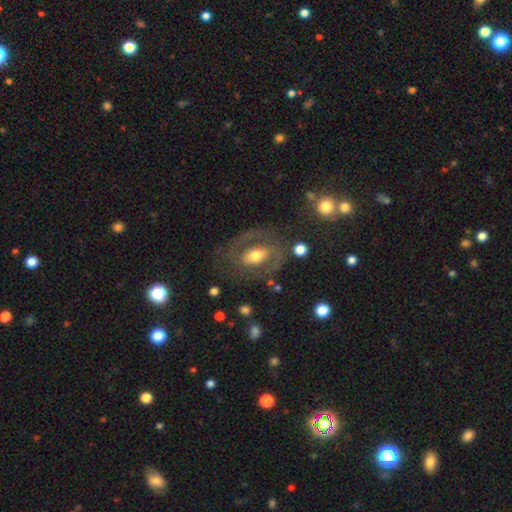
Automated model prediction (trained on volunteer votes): A featured or disk galaxy (71%) with a weak bar (37%), spiral arms (72%) and a moderate central bulge (67%). Merging: none (68%).